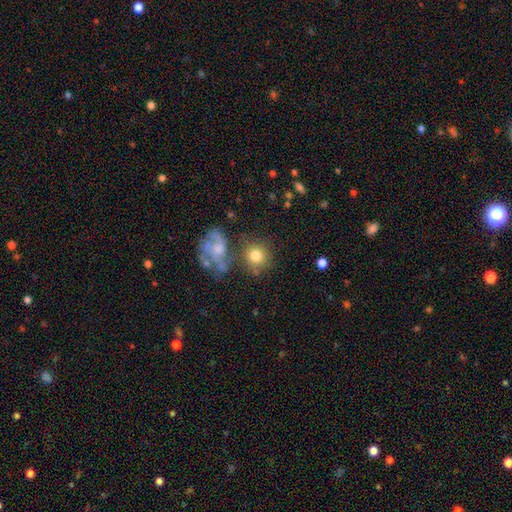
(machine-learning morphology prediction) Smooth or featured? smooth (74%)
How rounded? round (85%)
Merging? none (60%)